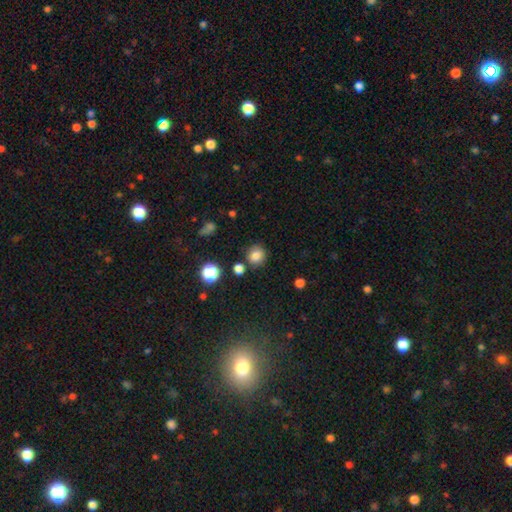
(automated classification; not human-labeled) This appears to be a smooth galaxy with no disk features (82%) that is round (89%). Merging: none (81%).